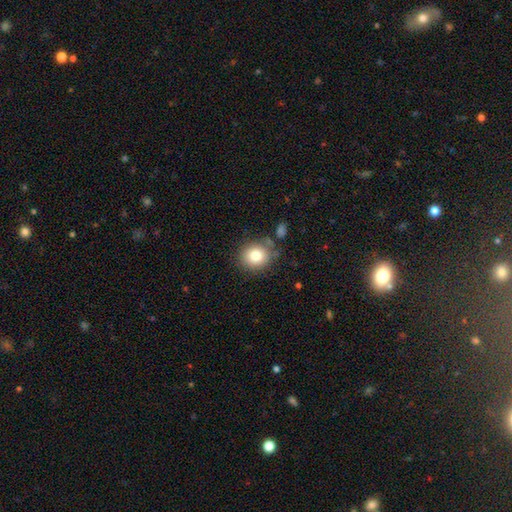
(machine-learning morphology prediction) The model was most divided on "how rounded": round: 79%, in between: 21%, cigar-shaped: 1%. More confident: smooth or featured — smooth (81%); merging — none (76%).